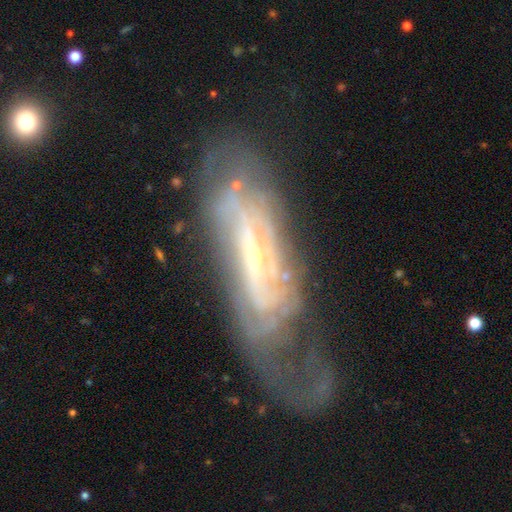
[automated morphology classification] Overall: featured or disk (81%). Edge-on disk: no (84%). Bar: no (40%; weak 36%). Spiral arms: yes (84%). Spiral arm count: can't tell (51%; 2 26%). Spiral winding: tight (52%; medium 33%). Bulge size: small (74%). Merging: none (37%; major disturbance 35%).